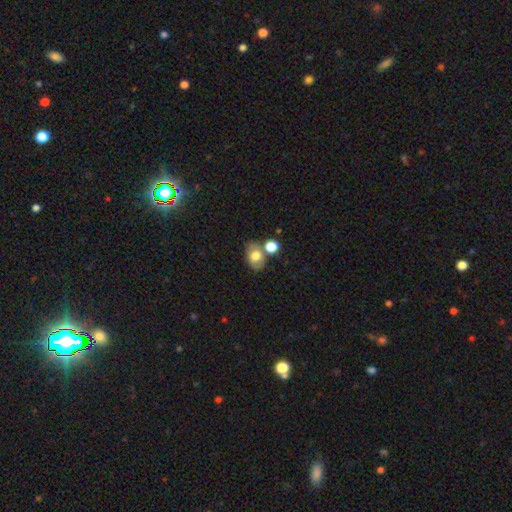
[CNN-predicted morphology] smooth 70%, featured or disk 20%, star or artifact 10%. Down the decision tree: how rounded — in between (72%); merging — none (55%).